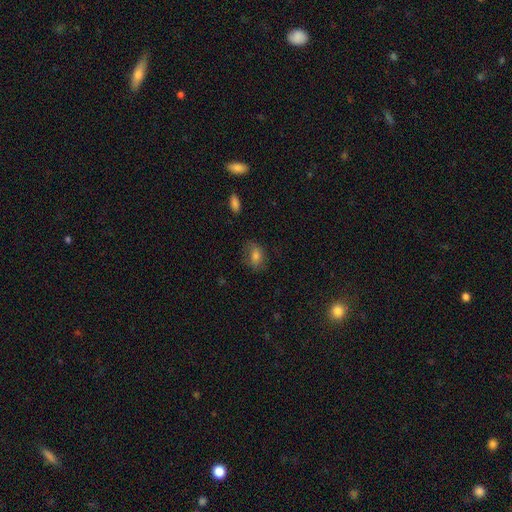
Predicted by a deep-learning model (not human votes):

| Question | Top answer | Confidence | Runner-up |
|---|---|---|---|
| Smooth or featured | smooth | 70% | featured or disk (19%) |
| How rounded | in between | 78% | round (19%) |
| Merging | none | 68% | minor disturbance (22%) |